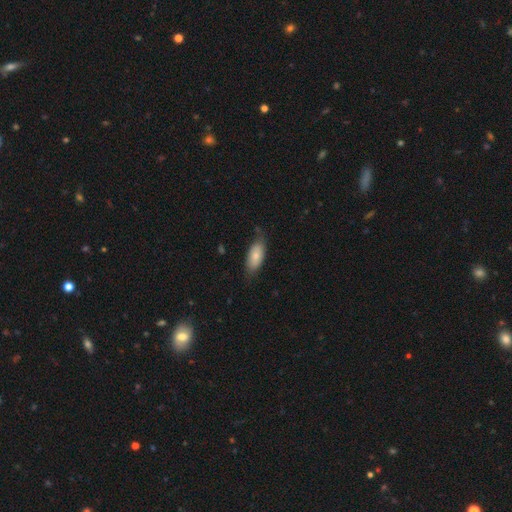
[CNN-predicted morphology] Smooth or featured? smooth (78%)
How rounded? in between (87%)
Merging? none (71%)